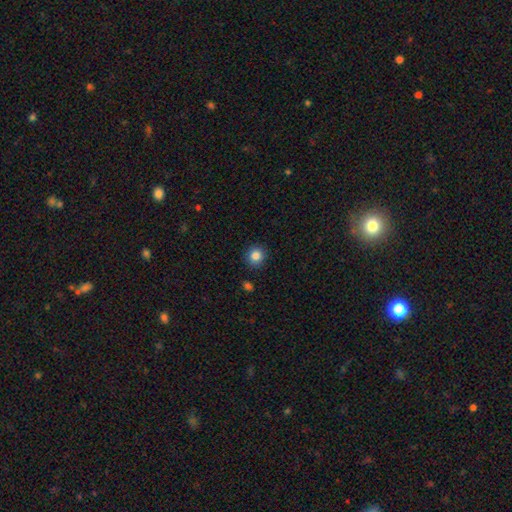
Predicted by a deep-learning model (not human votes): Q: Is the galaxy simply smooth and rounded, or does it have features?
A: smooth — 85%.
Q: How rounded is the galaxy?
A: round — 90%.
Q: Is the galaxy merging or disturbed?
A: none — 91%.